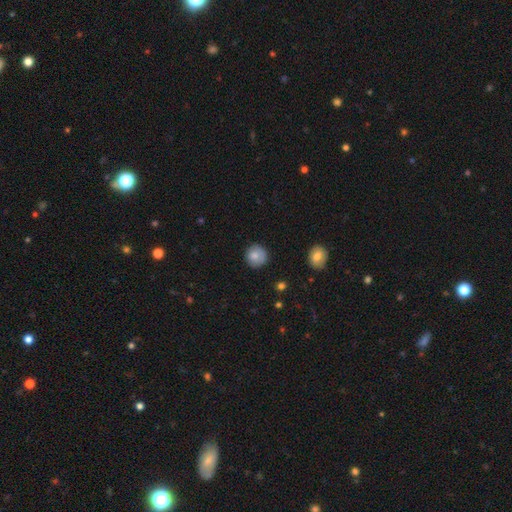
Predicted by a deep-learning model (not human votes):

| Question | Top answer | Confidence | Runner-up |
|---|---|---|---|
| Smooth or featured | smooth | 81% | featured or disk (11%) |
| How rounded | round | 92% | in between (7%) |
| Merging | none | 83% | minor disturbance (13%) |